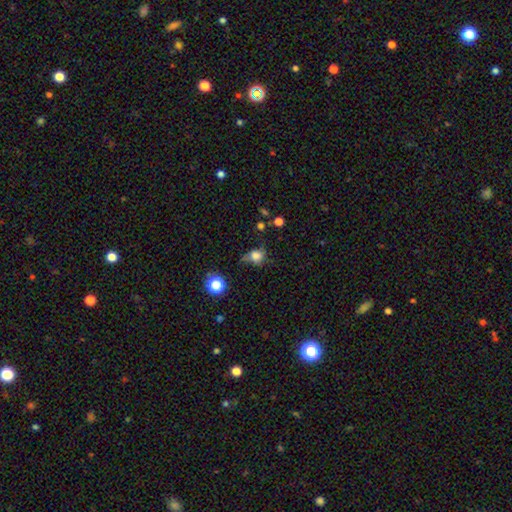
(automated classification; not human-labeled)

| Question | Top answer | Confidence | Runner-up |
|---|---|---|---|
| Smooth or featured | smooth | 66% | featured or disk (18%) |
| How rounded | round | 61% | in between (37%) |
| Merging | none | 39% | minor disturbance (29%) |